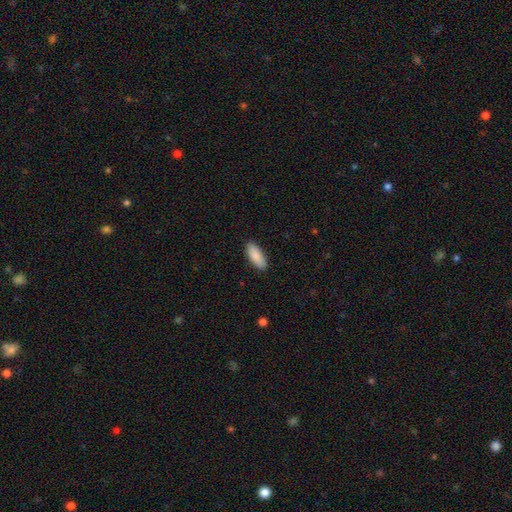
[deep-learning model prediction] Smooth or featured? Predicted: smooth (p=0.90). How rounded? Predicted: in between (p=0.77). Merging? Predicted: none (p=0.89).